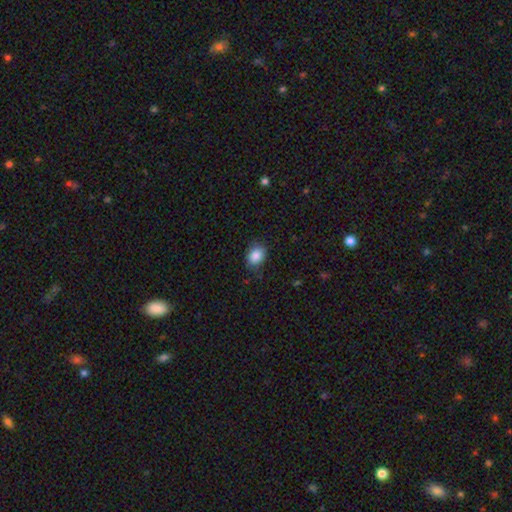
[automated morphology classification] A smooth galaxy with no disk features (87%) that is in between round and cigar-shaped (60%). Merging: none (78%).